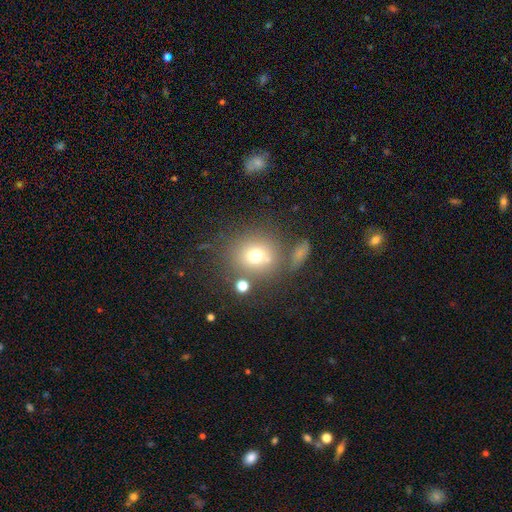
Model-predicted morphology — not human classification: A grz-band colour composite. It shows a smooth galaxy with no disk features (69%) that is round (84%). Merging: none (68%).